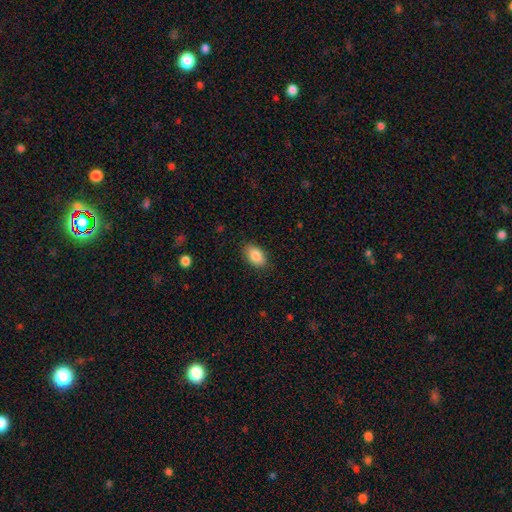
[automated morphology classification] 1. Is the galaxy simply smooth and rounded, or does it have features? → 87% smooth, 7% star or artifact, 6% featured or disk.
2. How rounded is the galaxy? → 89% in between, 9% round, 1% cigar-shaped.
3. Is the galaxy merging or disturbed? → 86% none, 10% minor disturbance, 2% major disturbance, 1% merger.